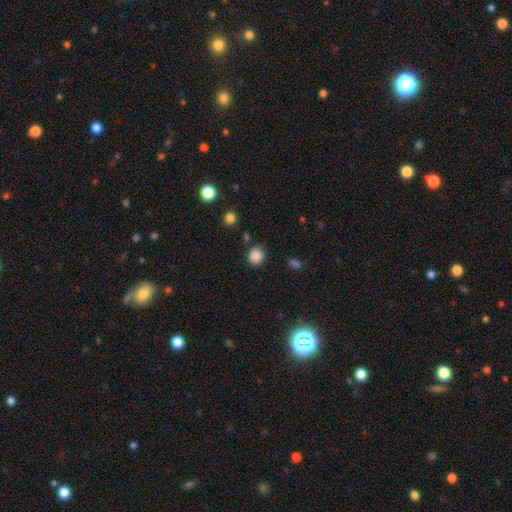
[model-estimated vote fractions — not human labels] Morphology: type=smooth (86%); roundness=round (83%); merging=none (83%).